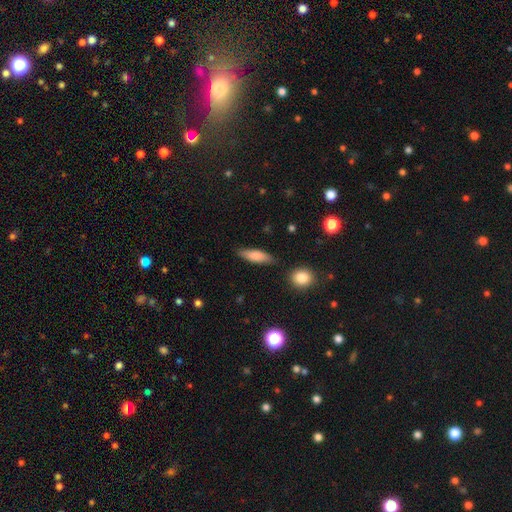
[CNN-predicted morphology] smooth_or_featured: smooth (p=0.80) [alt: featured or disk p=0.14]
how_rounded: in between (p=0.51) [alt: cigar-shaped p=0.47]
merging: none (p=0.82) [alt: minor disturbance p=0.13]